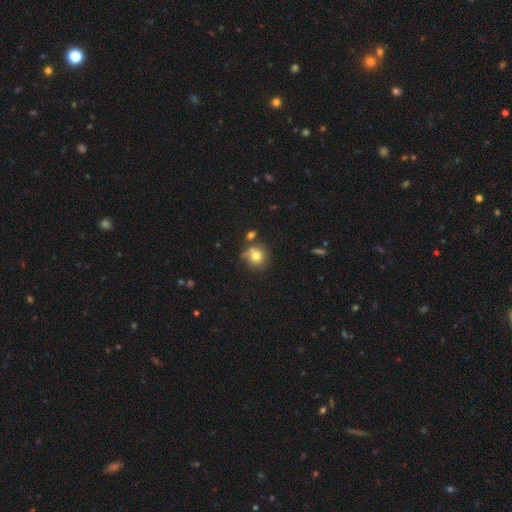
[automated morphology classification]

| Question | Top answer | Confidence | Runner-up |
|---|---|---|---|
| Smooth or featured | smooth | 77% | featured or disk (12%) |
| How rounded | round | 87% | in between (12%) |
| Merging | none | 63% | minor disturbance (16%) |